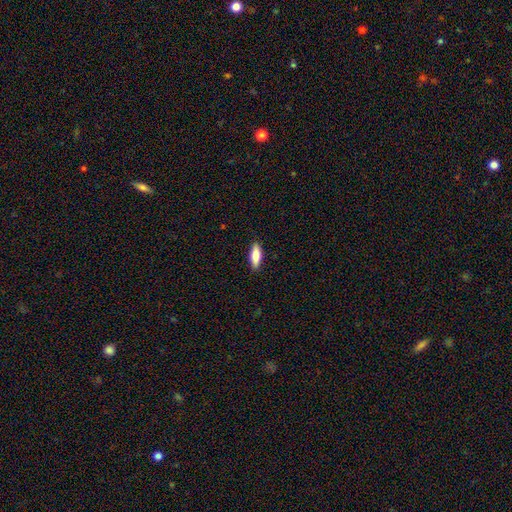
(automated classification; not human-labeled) Smooth or featured? Predicted: smooth (p=0.81). How rounded? Predicted: in between (p=0.62). Merging? Predicted: none (p=0.89).